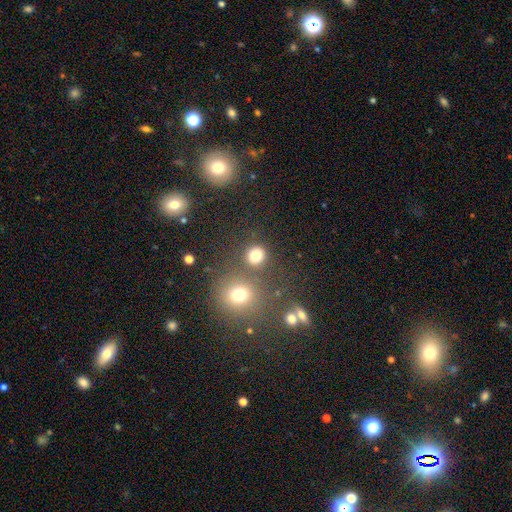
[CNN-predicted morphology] Smooth or featured? smooth (78%)
How rounded? round (86%)
Merging? none (75%)